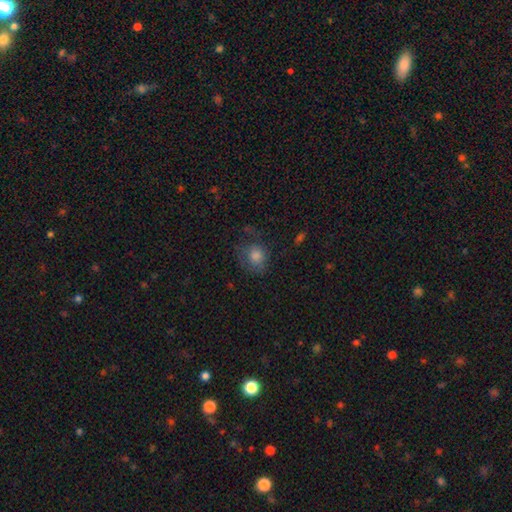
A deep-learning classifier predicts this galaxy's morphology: type=smooth (72%); roundness=round (70%); merging=none (53%).